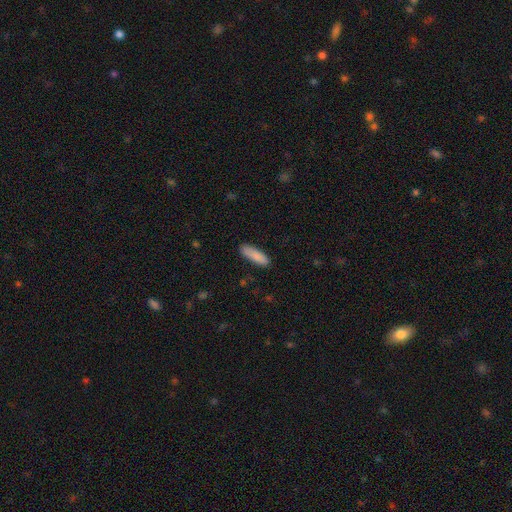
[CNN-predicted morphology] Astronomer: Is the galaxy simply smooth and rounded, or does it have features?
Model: smooth — 88%.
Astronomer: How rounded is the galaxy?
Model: cigar-shaped — 58% (runner-up: in between, 40%).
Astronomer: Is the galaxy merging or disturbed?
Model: none — 86%.